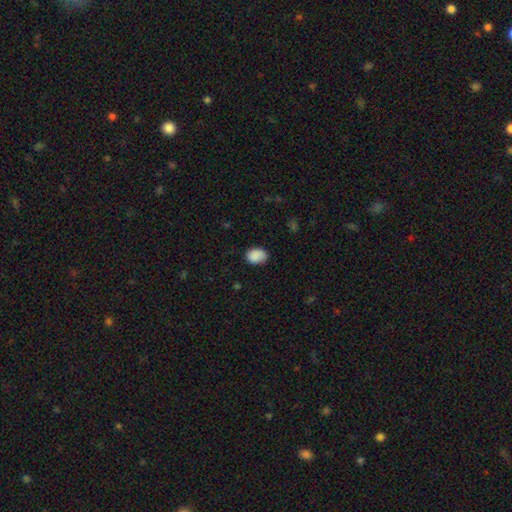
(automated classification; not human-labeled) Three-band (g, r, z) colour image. It shows a smooth galaxy with no disk features (89%) that is in between round and cigar-shaped (65%). Merging: none (77%).